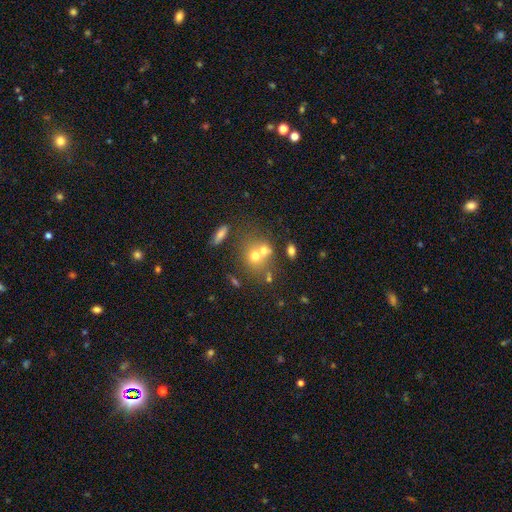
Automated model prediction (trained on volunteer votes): Overall: smooth (62%; featured or disk 24%). How rounded: round (71%). Merging: merger (49%; none 37%).